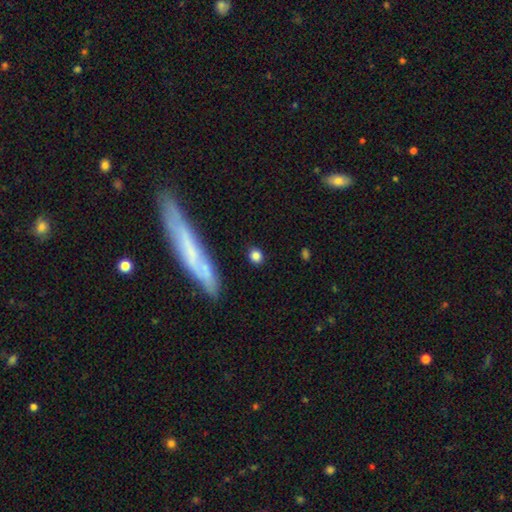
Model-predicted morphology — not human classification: Smooth or featured? smooth (83%)
How rounded? round (78%)
Merging? none (85%)